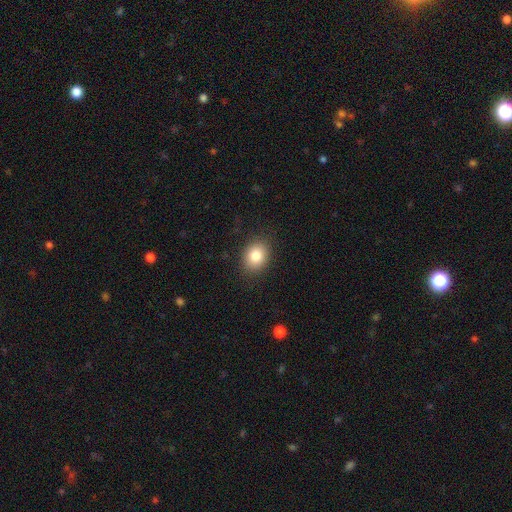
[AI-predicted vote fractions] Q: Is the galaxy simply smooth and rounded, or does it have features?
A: smooth — 83%.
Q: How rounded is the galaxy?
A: in between — 51%.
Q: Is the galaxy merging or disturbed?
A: none — 87%.